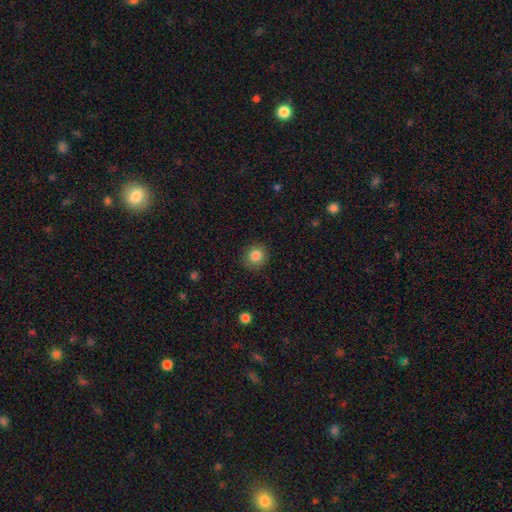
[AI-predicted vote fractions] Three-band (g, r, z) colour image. It shows a smooth galaxy with no disk features (85%) that is round (84%). Merging: none (88%).